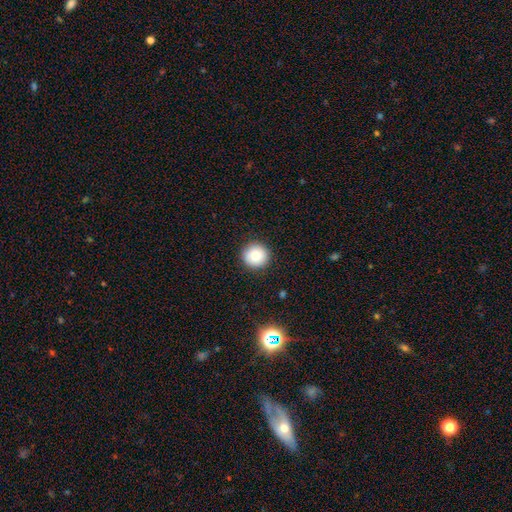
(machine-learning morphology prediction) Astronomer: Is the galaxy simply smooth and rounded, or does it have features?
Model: smooth — 78%.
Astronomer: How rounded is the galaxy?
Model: round — 95%.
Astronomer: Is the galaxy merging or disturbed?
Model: none — 91%.